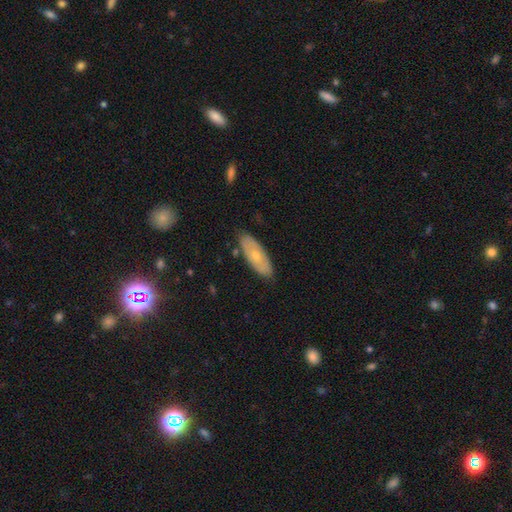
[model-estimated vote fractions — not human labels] Overall: smooth (52%; featured or disk 41%). How rounded: in between (72%). Merging: none (81%).